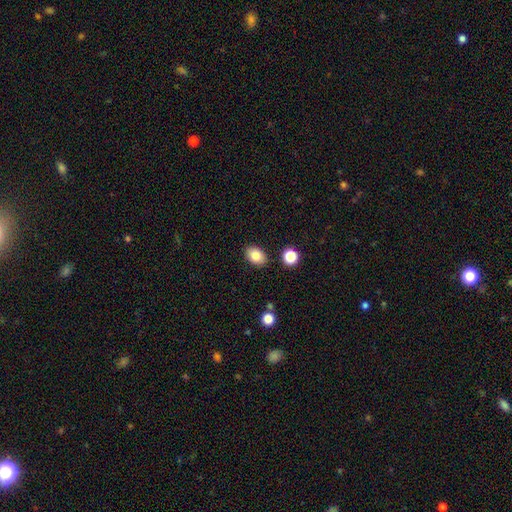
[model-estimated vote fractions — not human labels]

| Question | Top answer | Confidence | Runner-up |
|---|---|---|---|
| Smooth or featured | smooth | 84% | star or artifact (9%) |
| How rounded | in between | 78% | round (21%) |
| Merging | none | 86% | minor disturbance (9%) |